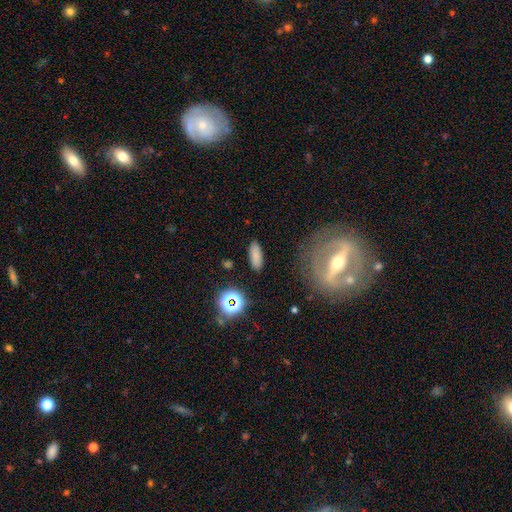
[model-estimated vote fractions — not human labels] Smooth or featured: smooth — 79% (star or artifact — 14%)
How rounded: in between — 75% (cigar-shaped — 22%)
Merging: none — 86% (minor disturbance — 9%)